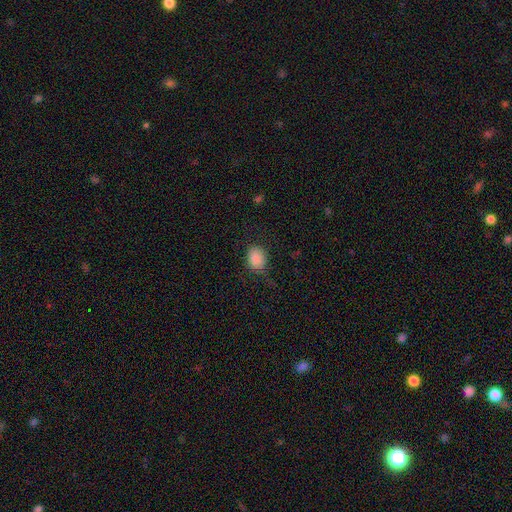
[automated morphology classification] This appears to be a smooth galaxy with no disk features (86%) that is in between round and cigar-shaped (54%). Merging: none (70%).